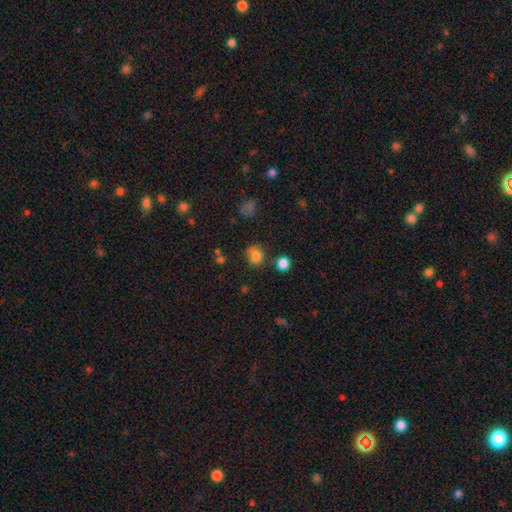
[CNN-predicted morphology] A smooth galaxy with no disk features (80%) that is round (80%). Merging: none (67%).